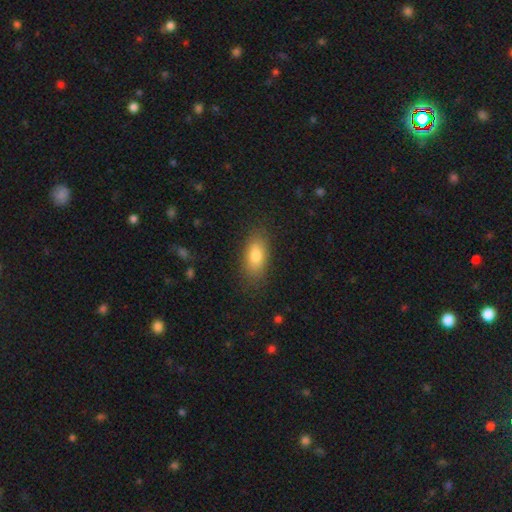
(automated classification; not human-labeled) Smooth or featured?
  - smooth: 81% *
  - featured or disk: 11%
  - star or artifact: 8%
How rounded?
  - in between: 83% *
  - cigar-shaped: 13%
  - round: 4%
Merging?
  - none: 84% *
  - minor disturbance: 11%
  - major disturbance: 3%
  - merger: 1%